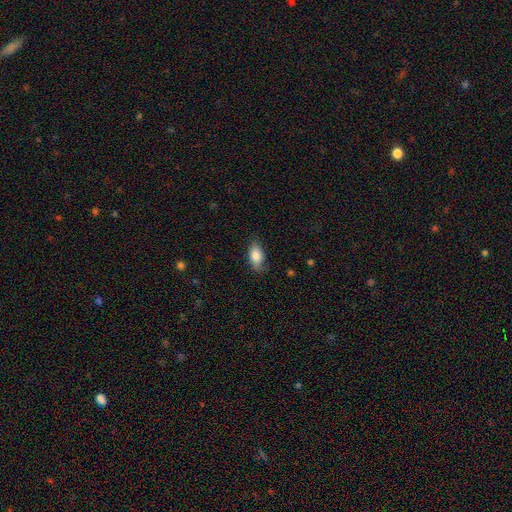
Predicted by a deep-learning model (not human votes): smooth_or_featured: smooth (p=0.82) [alt: featured or disk p=0.11]
how_rounded: in between (p=0.89) [alt: cigar-shaped p=0.07]
merging: none (p=0.80) [alt: minor disturbance p=0.16]